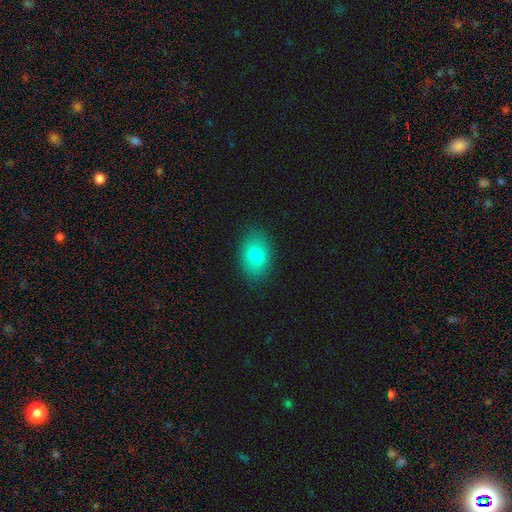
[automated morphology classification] A smooth galaxy with no disk features (78%) that is in between round and cigar-shaped (84%).

Vote fractions:
- Smooth or featured? smooth: 78% / featured or disk: 14% / star or artifact: 8%
- How rounded? in between: 84% / round: 15% / cigar-shaped: 1%
- Merging? none: 86% / minor disturbance: 11% / major disturbance: 3% / merger: 1%